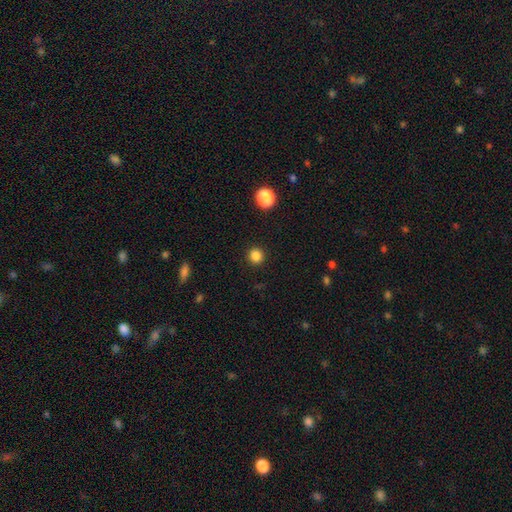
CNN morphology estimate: Smooth or featured? Predicted: smooth (p=0.84). How rounded? Predicted: round (p=0.93). Merging? Predicted: none (p=0.92).